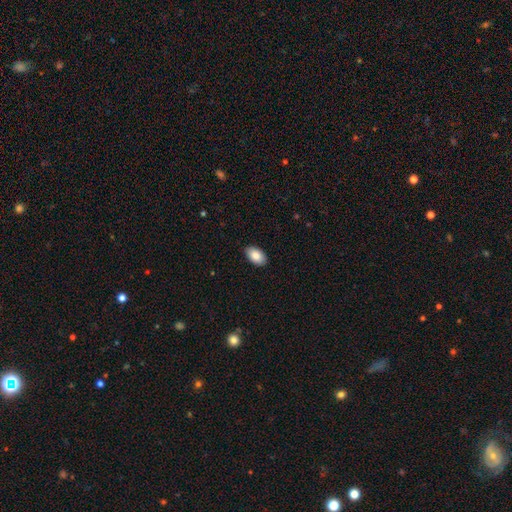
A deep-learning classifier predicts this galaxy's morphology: Overall: smooth (86%). How rounded: in between (94%). Merging: none (88%).